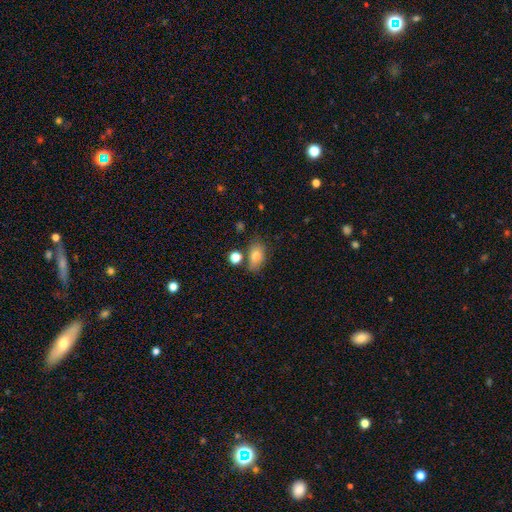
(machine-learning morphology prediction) Smooth or featured?
  - smooth: 78% *
  - featured or disk: 12%
  - star or artifact: 10%
How rounded?
  - in between: 84% *
  - round: 14%
  - cigar-shaped: 2%
Merging?
  - none: 65% *
  - minor disturbance: 18%
  - merger: 11%
  - major disturbance: 5%